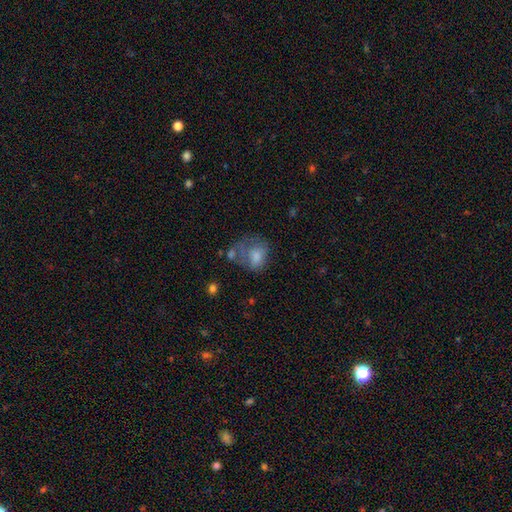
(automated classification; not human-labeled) This appears to be a smooth galaxy with no disk features (67%) that is in between round and cigar-shaped (55%). Merging: major disturbance (33%).